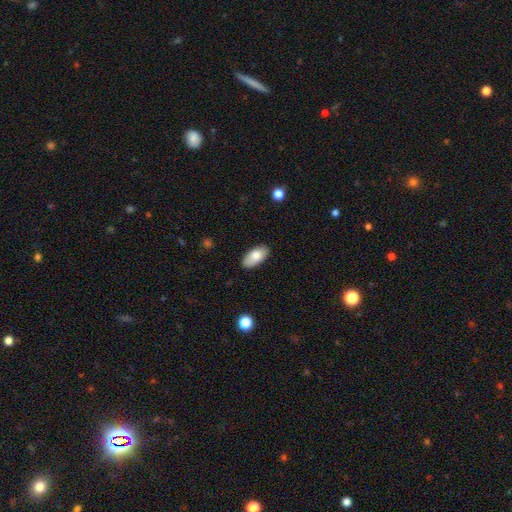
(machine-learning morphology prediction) Q: Smooth or featured?
A: smooth (80%); runner-up: featured or disk (13%)
Q: How rounded?
A: in between (94%); runner-up: cigar-shaped (4%)
Q: Merging?
A: none (86%); runner-up: minor disturbance (11%)